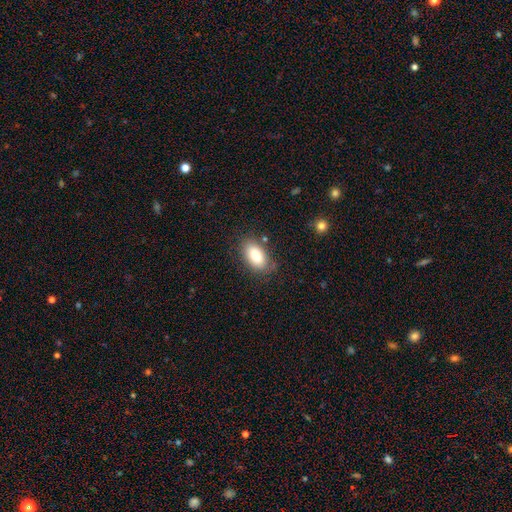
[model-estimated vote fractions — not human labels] This appears to be a smooth galaxy with no disk features (81%) that is in between round and cigar-shaped (92%). Merging: none (80%).